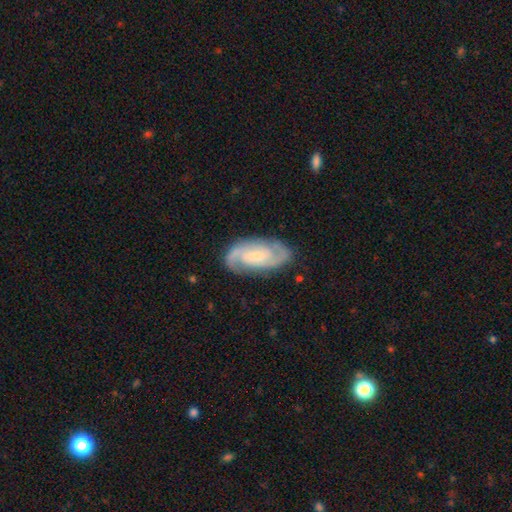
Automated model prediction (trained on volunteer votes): This is clearly a featured or disk galaxy (85%). It is clearly not viewed edge-on (96%). Bar: possibly no (49%). Spiral arm pattern: clearly yes (97%). Spiral arm count: clearly 2 (84%). Spiral winding: possibly tight (45%). Central bulge: possibly small (59%). Merging: clearly none (82%).